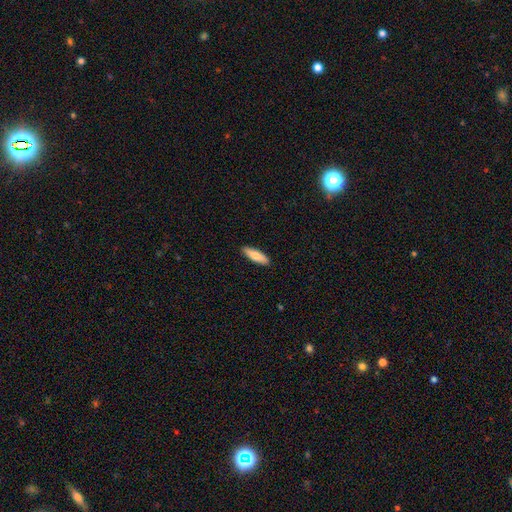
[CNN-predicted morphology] This appears to be a smooth galaxy with no disk features (79%) that is cigar-shaped (51%). Merging: none (90%).